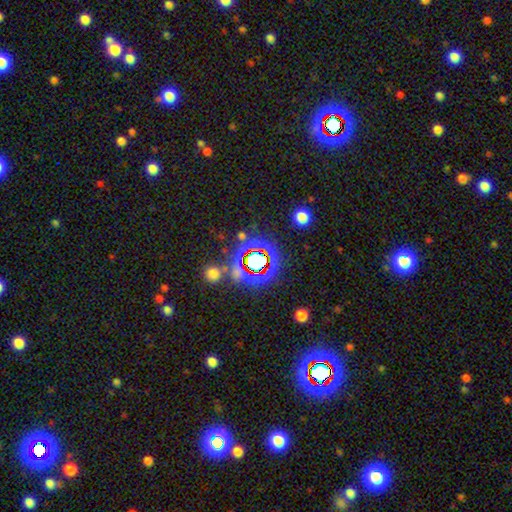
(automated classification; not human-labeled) Overall: star or artifact (76%).